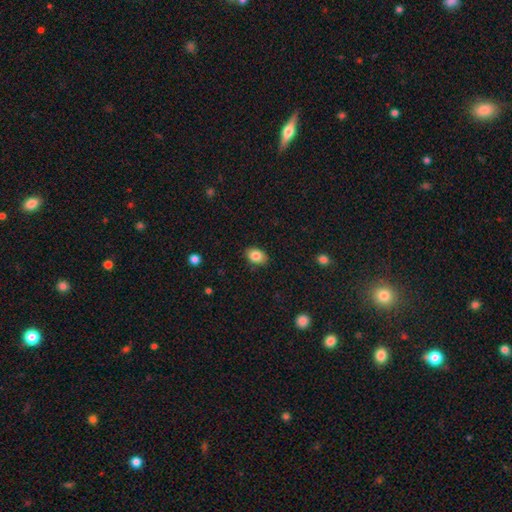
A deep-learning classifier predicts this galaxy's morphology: This is clearly a smooth galaxy (85%). How rounded: likely in between (80%). Merging: clearly none (86%).